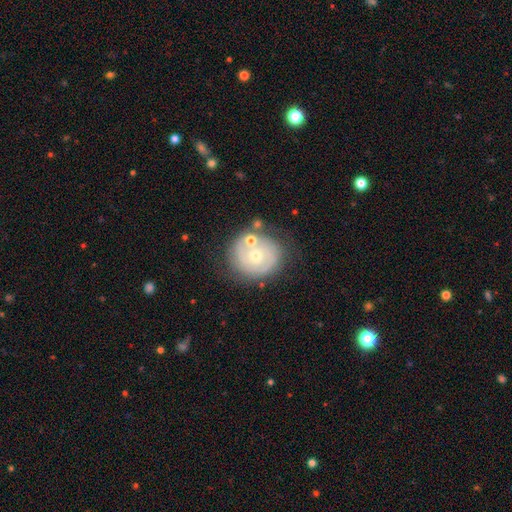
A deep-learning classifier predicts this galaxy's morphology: smooth_or_featured: featured or disk (p=0.71) [alt: smooth p=0.21]
disk_edge_on: no (p=0.98) [alt: yes p=0.02]
bar: no (p=0.79) [alt: weak p=0.18]
has_spiral_arms: yes (p=0.80) [alt: no p=0.20]
spiral_winding: tight (p=0.63) [alt: medium p=0.27]
spiral_arm_count: 2 (p=0.53) [alt: can't tell p=0.27]
bulge_size: small (p=0.50) [alt: moderate p=0.46]
merging: none (p=0.69) [alt: minor disturbance p=0.16]